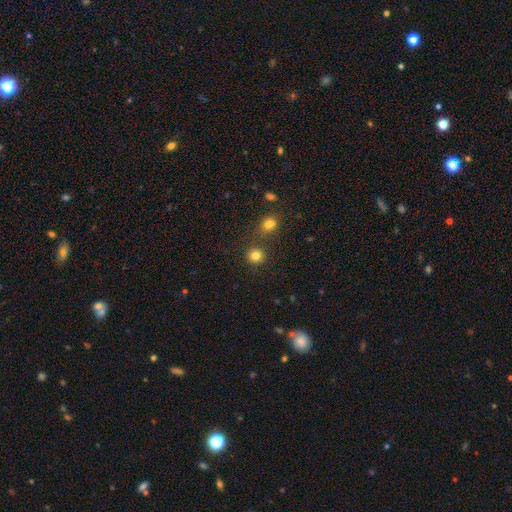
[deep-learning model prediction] smooth 81%, star or artifact 14%, featured or disk 5%. Down the decision tree: how rounded — round (90%); merging — none (79%).